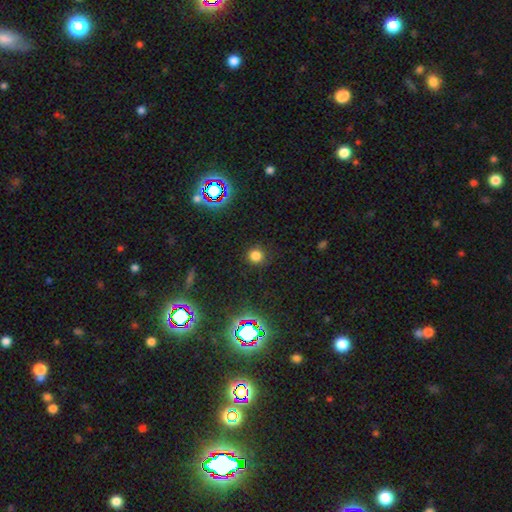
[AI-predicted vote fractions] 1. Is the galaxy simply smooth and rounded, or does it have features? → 75% smooth, 20% star or artifact, 5% featured or disk.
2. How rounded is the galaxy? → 92% round, 7% in between, 1% cigar-shaped.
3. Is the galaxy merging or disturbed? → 89% none, 7% minor disturbance, 3% major disturbance, 1% merger.